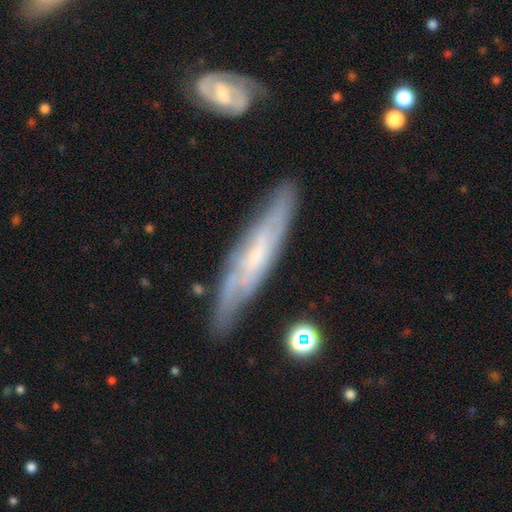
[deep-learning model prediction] Q: Smooth or featured?
A: featured or disk (67%); runner-up: smooth (26%)
Q: Edge-on disk?
A: yes (55%); runner-up: no (45%)
Q: Merging?
A: none (75%); runner-up: minor disturbance (17%)